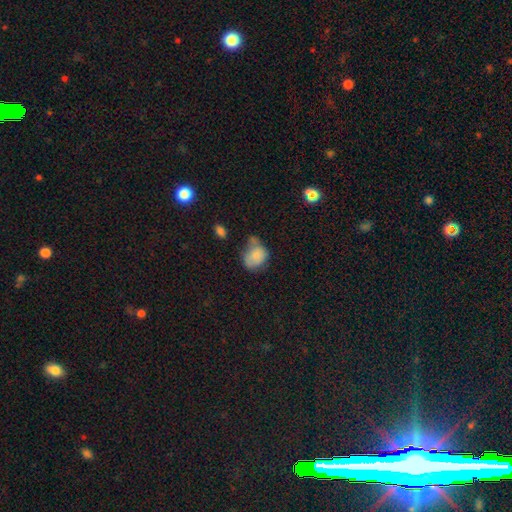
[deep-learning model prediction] This appears to be a smooth galaxy with no disk features (77%) that is in between round and cigar-shaped (53%). Merging: none (37%).